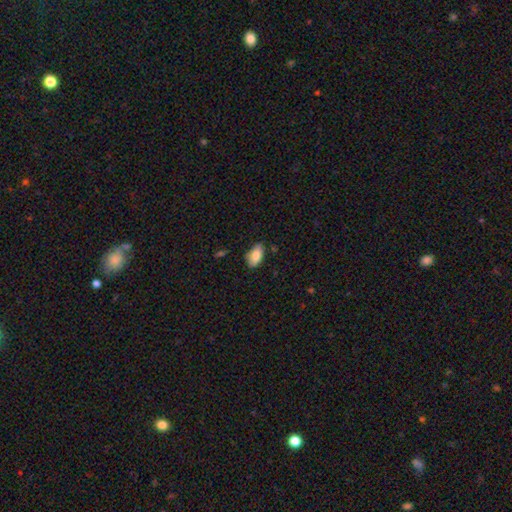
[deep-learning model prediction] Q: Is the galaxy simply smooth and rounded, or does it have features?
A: smooth — 82%.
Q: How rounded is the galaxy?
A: in between — 92%.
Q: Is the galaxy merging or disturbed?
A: none — 72%.